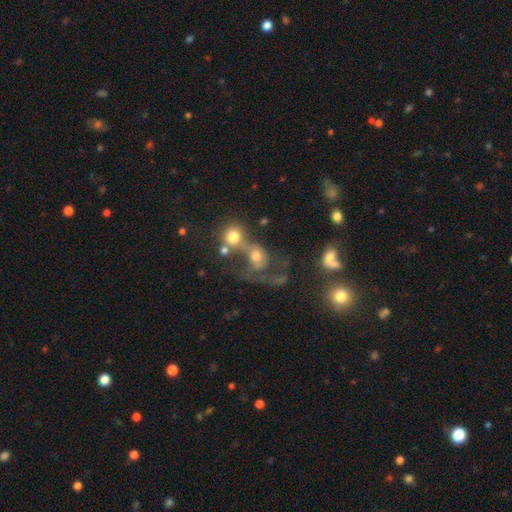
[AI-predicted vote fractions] Smooth or featured?
  - smooth: 48% *
  - featured or disk: 32%
  - star or artifact: 20%
Merging?
  - merger: 52% *
  - none: 23%
  - major disturbance: 16%
  - minor disturbance: 9%